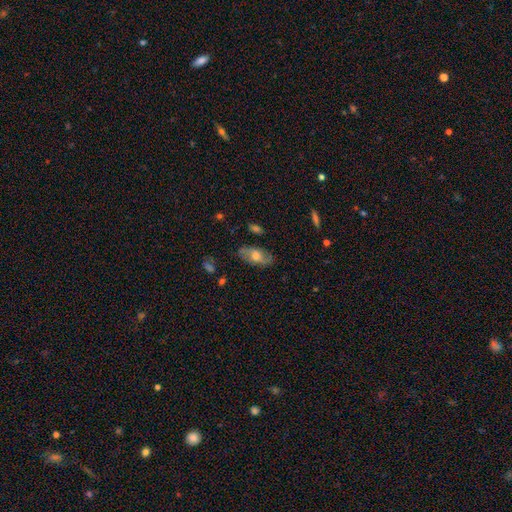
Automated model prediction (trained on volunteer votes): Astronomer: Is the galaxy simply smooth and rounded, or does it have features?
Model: featured or disk — 48% (runner-up: smooth, 45%).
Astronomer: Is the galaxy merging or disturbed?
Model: none — 78%.